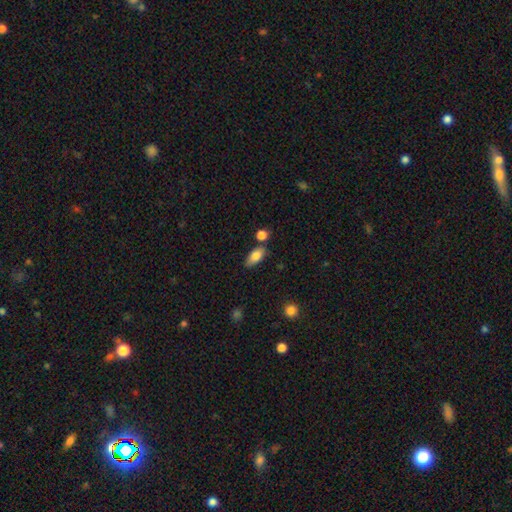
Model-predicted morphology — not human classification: Overall: smooth (81%). How rounded: in between (87%). Merging: none (71%).